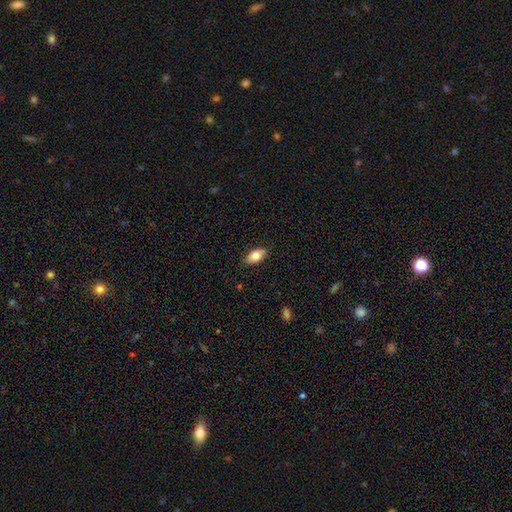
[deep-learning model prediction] Smooth or featured?
  - smooth: 75% *
  - featured or disk: 18%
  - star or artifact: 7%
How rounded?
  - in between: 90% *
  - cigar-shaped: 5%
  - round: 4%
Merging?
  - none: 85% *
  - minor disturbance: 12%
  - major disturbance: 2%
  - merger: 1%